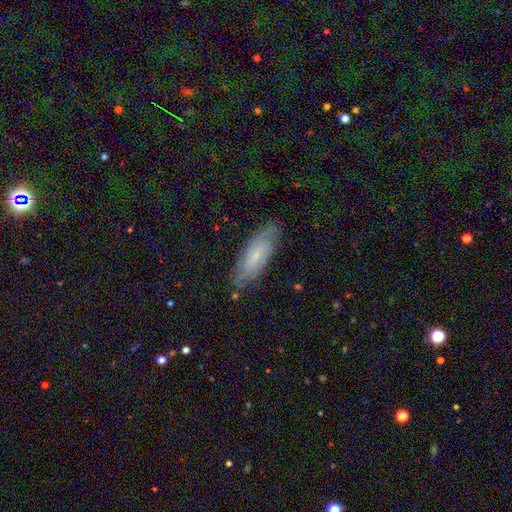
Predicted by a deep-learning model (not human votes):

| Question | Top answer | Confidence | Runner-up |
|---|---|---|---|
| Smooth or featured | featured or disk | 49% | smooth (43%) |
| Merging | none | 80% | minor disturbance (15%) |